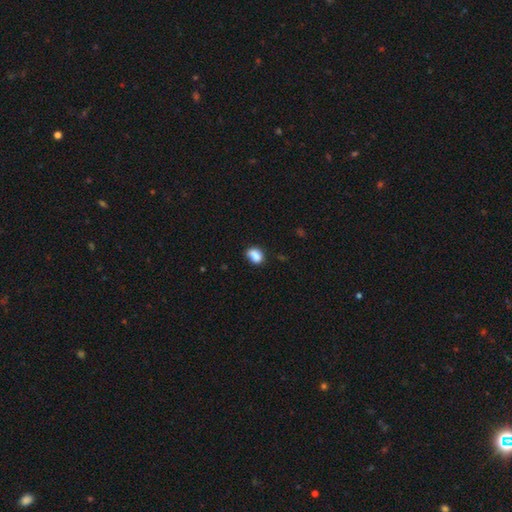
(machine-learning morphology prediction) smooth-or-featured: smooth: 82% | star or artifact: 9% | featured or disk: 9%
  how-rounded: in between: 71% | round: 28% | cigar-shaped: 2%
  merging: none: 51% | minor disturbance: 28% | merger: 13% | major disturbance: 9%